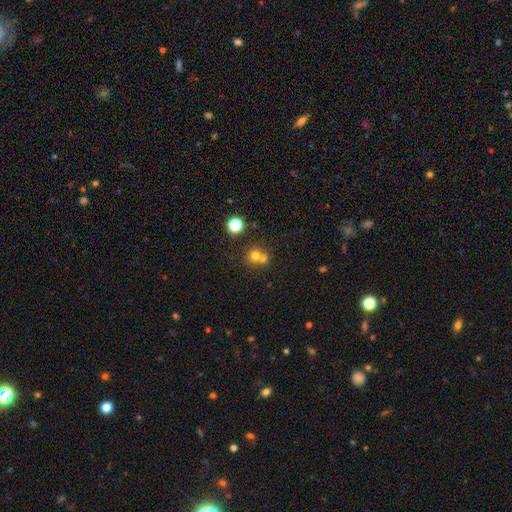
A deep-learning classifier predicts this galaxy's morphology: Overall: smooth (68%). How rounded: round (84%). Merging: merger (48%; none 43%).